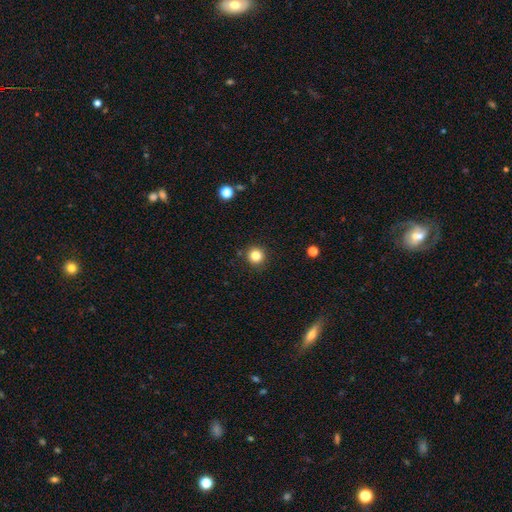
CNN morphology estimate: Smooth or featured?
  - smooth: 83% *
  - star or artifact: 12%
  - featured or disk: 5%
How rounded?
  - round: 95% *
  - in between: 4%
  - cigar-shaped: 1%
Merging?
  - none: 91% *
  - minor disturbance: 6%
  - major disturbance: 2%
  - merger: 2%